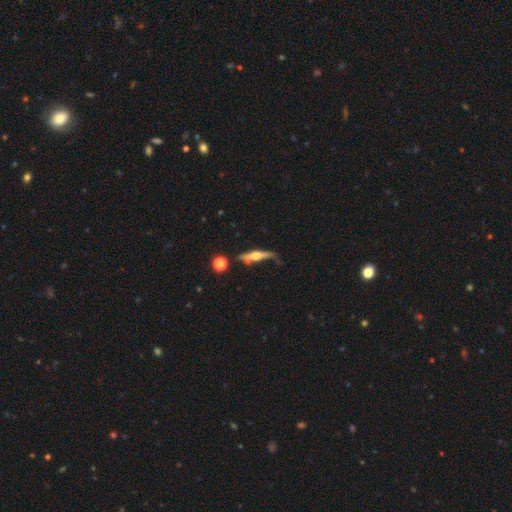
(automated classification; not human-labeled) A featured or disk galaxy (63%) viewed edge-on (91%) with a rounded central bulge (89%).

Vote fractions:
- Smooth or featured? featured or disk: 63% / smooth: 30% / star or artifact: 7%
- Edge-on disk? yes: 91% / no: 9%
- Edge-on bulge? rounded: 89% / boxy: 6% / none: 5%
- Merging? none: 51% / minor disturbance: 27% / major disturbance: 13% / merger: 9%